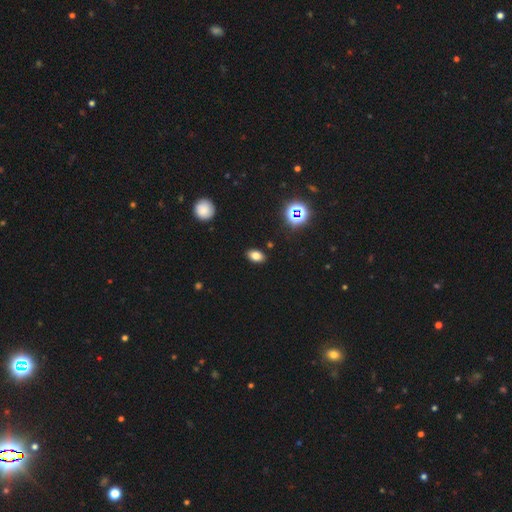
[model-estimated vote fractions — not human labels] Overall: smooth (74%). How rounded: in between (85%). Merging: none (88%).